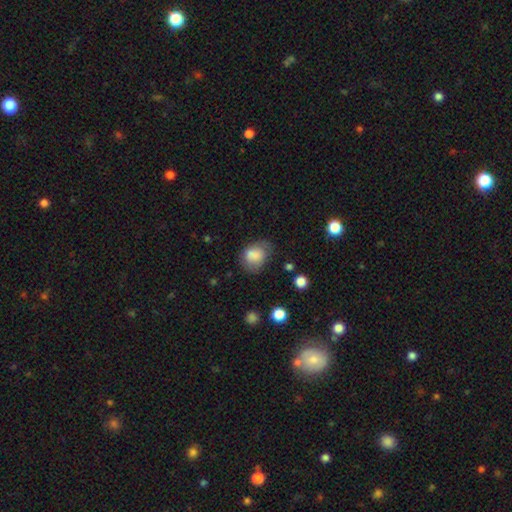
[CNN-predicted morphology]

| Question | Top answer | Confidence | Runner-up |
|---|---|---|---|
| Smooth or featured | smooth | 78% | featured or disk (12%) |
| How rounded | in between | 60% | round (39%) |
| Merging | none | 52% | minor disturbance (30%) |